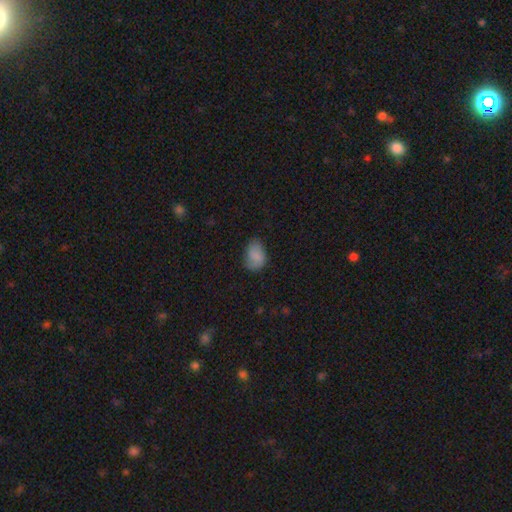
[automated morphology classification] Smooth or featured?
  - smooth: 80% *
  - featured or disk: 11%
  - star or artifact: 9%
How rounded?
  - in between: 81% *
  - round: 18%
  - cigar-shaped: 1%
Merging?
  - none: 62% *
  - minor disturbance: 28%
  - major disturbance: 8%
  - merger: 1%